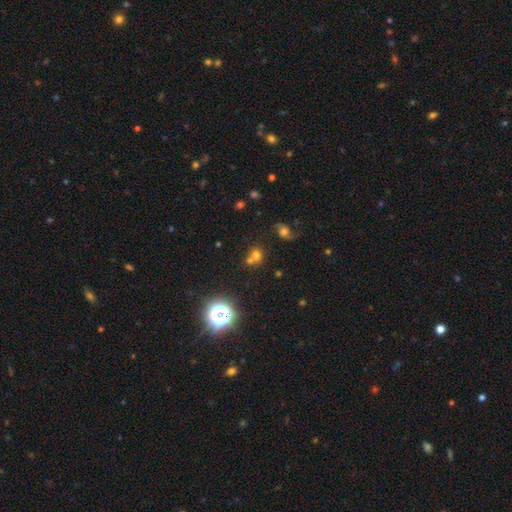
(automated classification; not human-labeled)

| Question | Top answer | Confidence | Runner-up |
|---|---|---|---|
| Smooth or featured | smooth | 60% | star or artifact (27%) |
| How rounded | round | 80% | in between (18%) |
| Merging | none | 47% | merger (41%) |